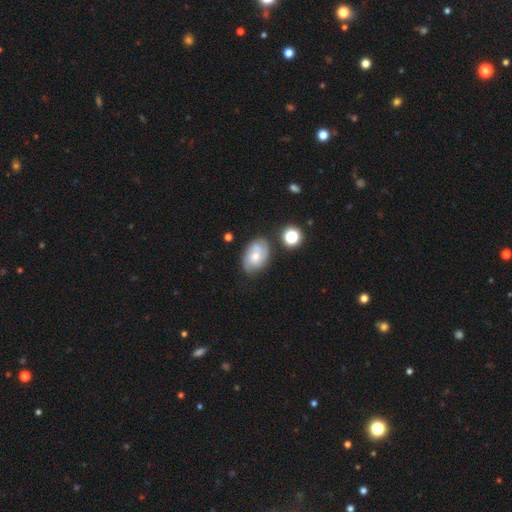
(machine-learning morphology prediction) smooth-or-featured: featured or disk: 57% | smooth: 34% | star or artifact: 9%
  disk-edge-on: no: 96% | yes: 4%
    bar: no: 72% | weak: 25% | strong: 3%
    has-spiral-arms: yes: 82% | no: 18%
    bulge-size: moderate: 50% | small: 44% | large: 3% | none: 2% | dominant: 1%
  merging: none: 66% | minor disturbance: 21% | merger: 7% | major disturbance: 6%